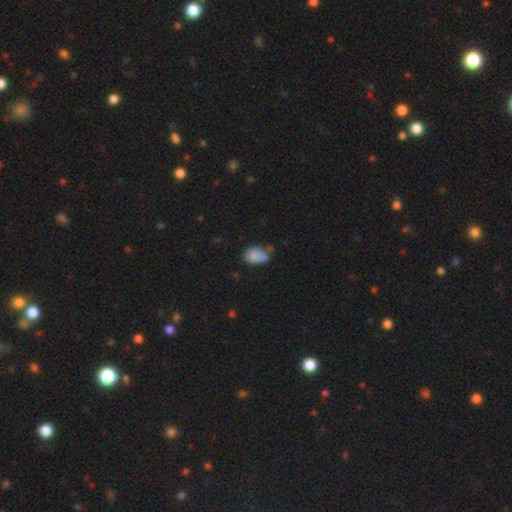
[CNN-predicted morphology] smooth 81%, featured or disk 10%, star or artifact 9%. Down the decision tree: how rounded — in between (81%); merging — none (43%).